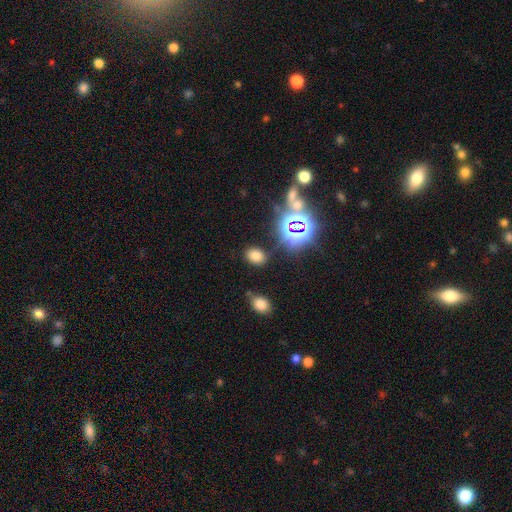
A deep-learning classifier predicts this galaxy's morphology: Smooth or featured: smooth — 69% (star or artifact — 24%)
How rounded: in between — 68% (round — 31%)
Merging: none — 80% (minor disturbance — 12%)